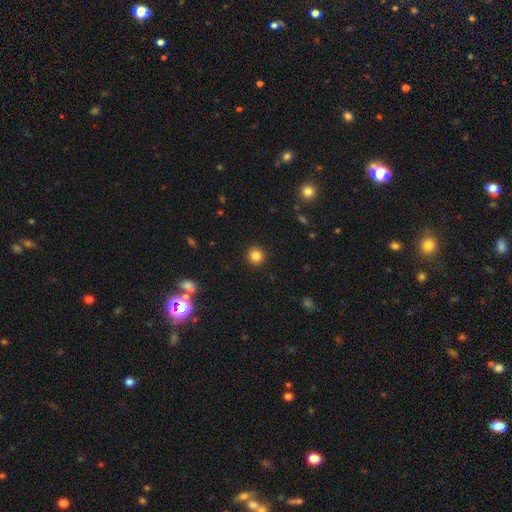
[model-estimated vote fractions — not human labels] Overall: smooth (85%). How rounded: round (94%). Merging: none (92%).